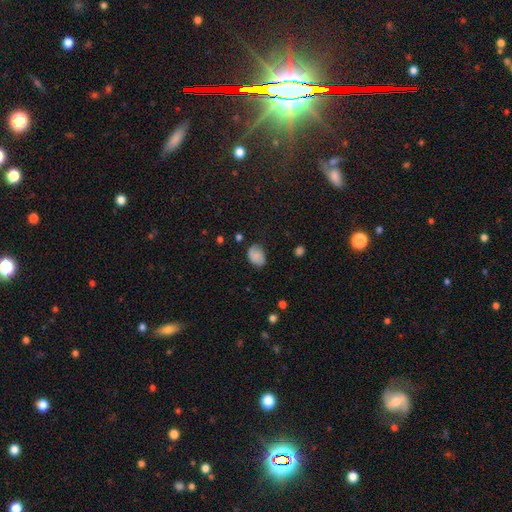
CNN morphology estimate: A smooth galaxy with no disk features (77%) that is in between round and cigar-shaped (74%).

Vote fractions:
- Smooth or featured? smooth: 77% / featured or disk: 13% / star or artifact: 10%
- How rounded? in between: 74% / round: 24% / cigar-shaped: 1%
- Merging? none: 64% / minor disturbance: 27% / major disturbance: 7% / merger: 2%